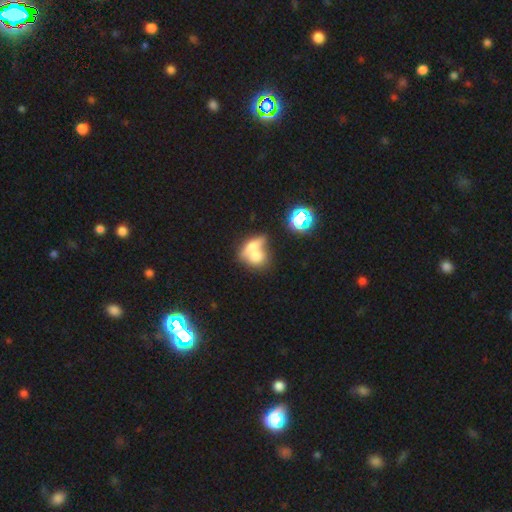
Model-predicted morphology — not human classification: smooth 64%, featured or disk 24%, star or artifact 12%. Down the decision tree: how rounded — in between (55%); merging — merger (68%).